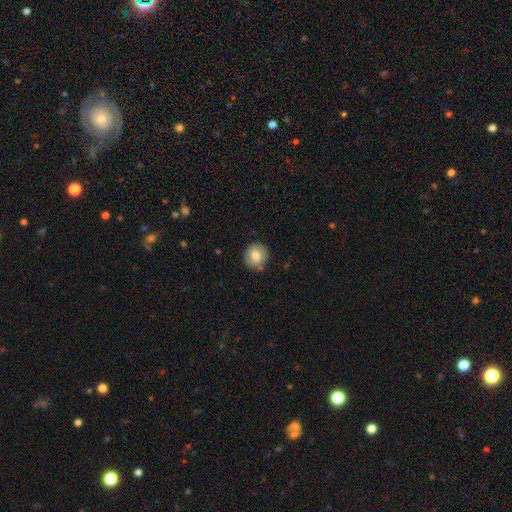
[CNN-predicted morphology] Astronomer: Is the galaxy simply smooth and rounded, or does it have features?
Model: smooth — 78%.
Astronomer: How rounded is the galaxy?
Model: round — 88%.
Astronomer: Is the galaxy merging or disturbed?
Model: none — 82%.